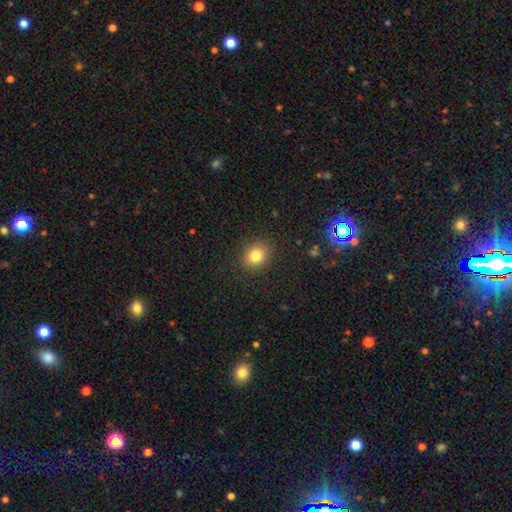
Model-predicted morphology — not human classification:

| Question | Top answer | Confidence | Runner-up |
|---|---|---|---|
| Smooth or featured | smooth | 82% | star or artifact (12%) |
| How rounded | round | 64% | in between (35%) |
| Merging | none | 88% | minor disturbance (8%) |